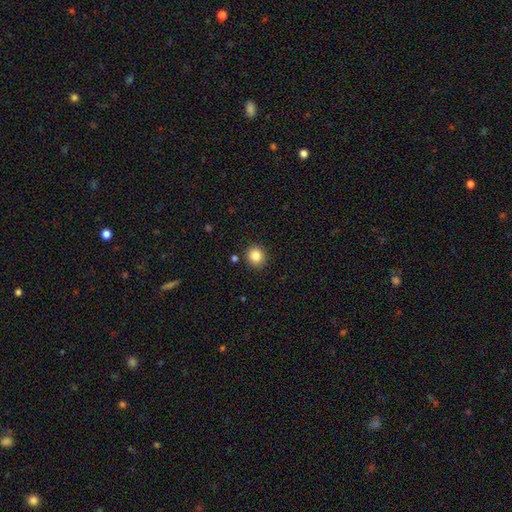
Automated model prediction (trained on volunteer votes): smooth_or_featured: smooth (p=0.85) [alt: star or artifact p=0.10]
how_rounded: round (p=0.90) [alt: in between p=0.09]
merging: none (p=0.90) [alt: minor disturbance p=0.06]